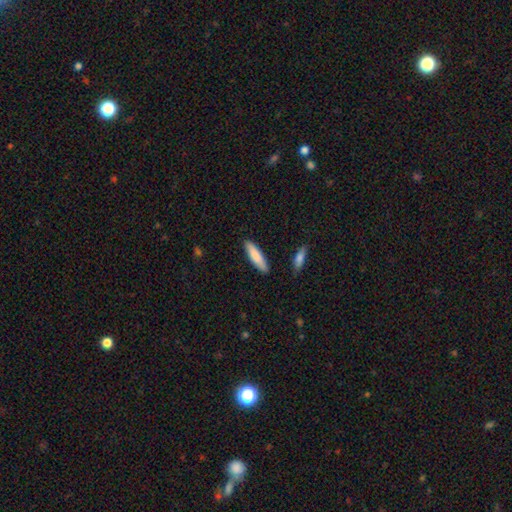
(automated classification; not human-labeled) Smooth or featured?
  - smooth: 83% *
  - featured or disk: 12%
  - star or artifact: 5%
How rounded?
  - cigar-shaped: 70% *
  - in between: 29%
  - round: 1%
Merging?
  - none: 88% *
  - minor disturbance: 8%
  - merger: 2%
  - major disturbance: 2%